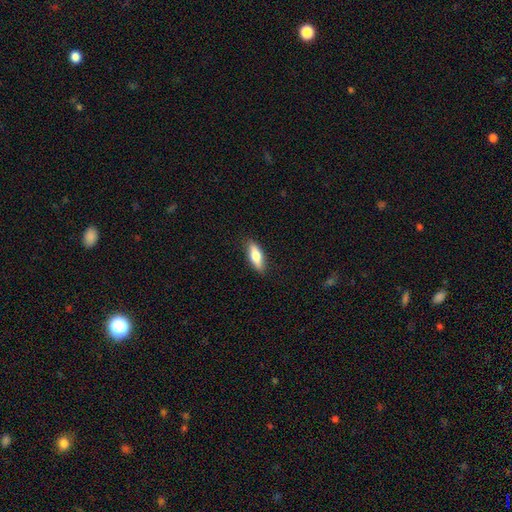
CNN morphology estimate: Smooth or featured? smooth (71%)
How rounded? in between (60%)
Merging? none (87%)